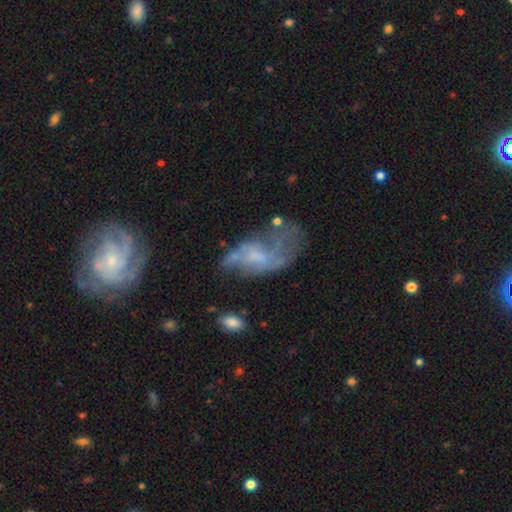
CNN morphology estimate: type=featured or disk (64%); edge-on=no (95%); bar=no (68%); spiral arms=yes (61%); bulge=none (39%); merging=none (35%).